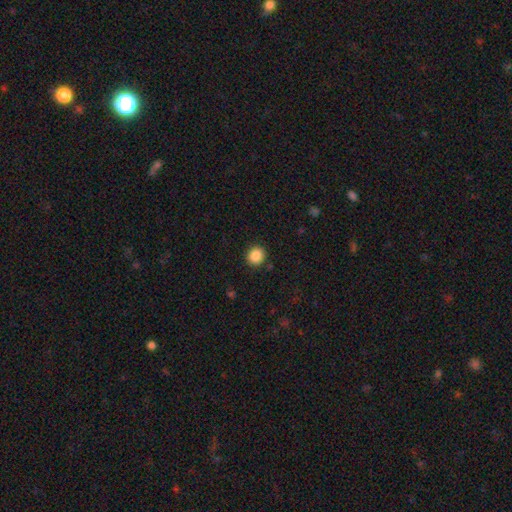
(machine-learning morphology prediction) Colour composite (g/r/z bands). It shows a smooth galaxy with no disk features (88%) that is round (83%). Merging: none (90%).